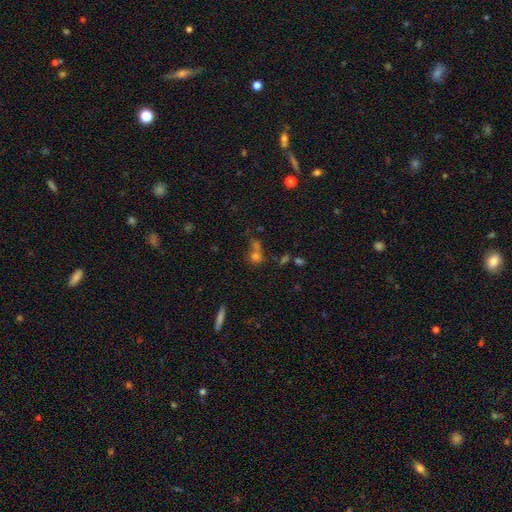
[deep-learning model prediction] smooth 59%, star or artifact 27%, featured or disk 14%. Down the decision tree: how rounded — round (78%); merging — none (46%).